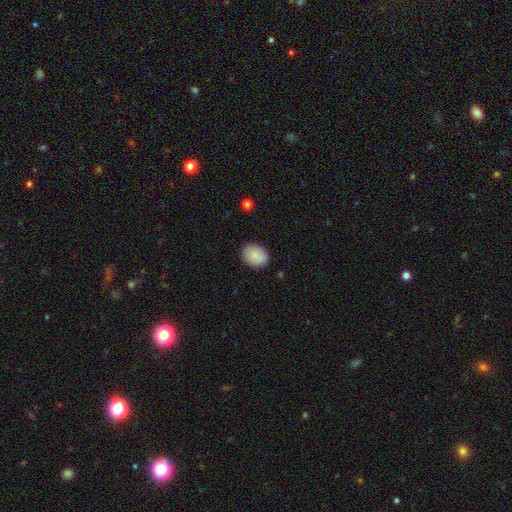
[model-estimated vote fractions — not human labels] Smooth or featured? smooth (88%)
How rounded? in between (54%)
Merging? none (87%)